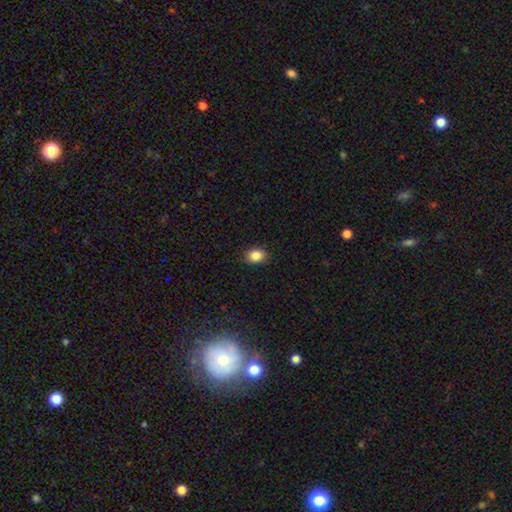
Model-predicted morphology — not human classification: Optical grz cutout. It shows a smooth galaxy with no disk features (86%) that is in between round and cigar-shaped (56%). Merging: none (87%).